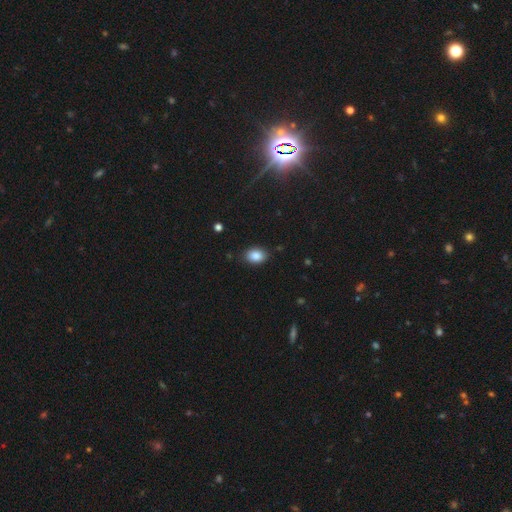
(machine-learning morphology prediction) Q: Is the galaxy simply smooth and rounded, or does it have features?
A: smooth — 86%.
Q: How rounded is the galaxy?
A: in between — 77%.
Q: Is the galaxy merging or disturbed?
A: none — 86%.